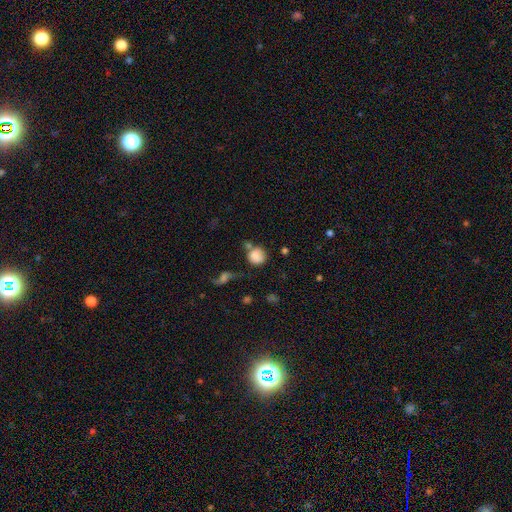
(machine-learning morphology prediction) type=smooth (79%); roundness=round (81%); merging=none (49%).